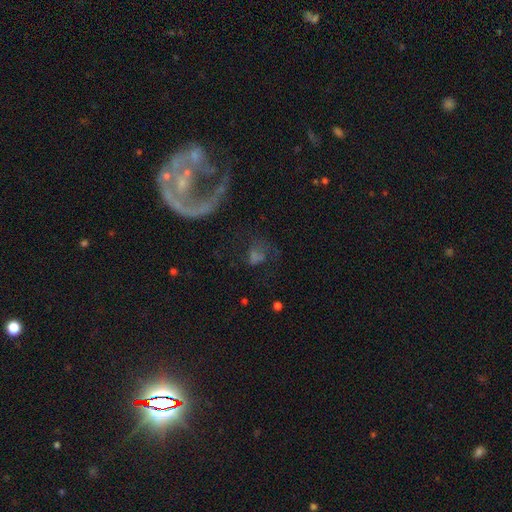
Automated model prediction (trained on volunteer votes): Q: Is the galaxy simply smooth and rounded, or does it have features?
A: featured or disk — 53%.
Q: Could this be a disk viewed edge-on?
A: no — 96%.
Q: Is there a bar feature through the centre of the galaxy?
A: no — 60%.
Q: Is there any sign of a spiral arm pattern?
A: yes — 61%.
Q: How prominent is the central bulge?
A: small — 43%.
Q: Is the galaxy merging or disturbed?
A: none — 40%.